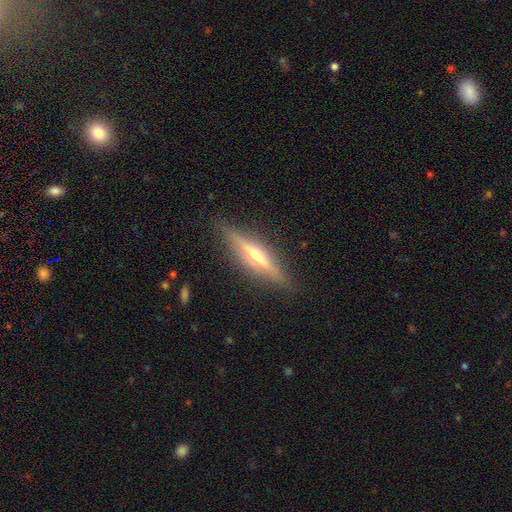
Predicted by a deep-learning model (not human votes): Smooth or featured? featured or disk (72%)
Edge-on disk? yes (96%)
Edge-on bulge? rounded (80%)
Merging? none (88%)